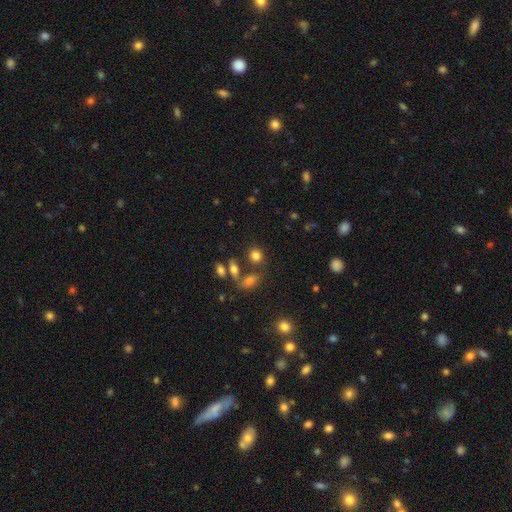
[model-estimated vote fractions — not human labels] Smooth or featured: smooth — 80% (star or artifact — 12%)
How rounded: round — 69% (in between — 29%)
Merging: none — 67% (merger — 16%)